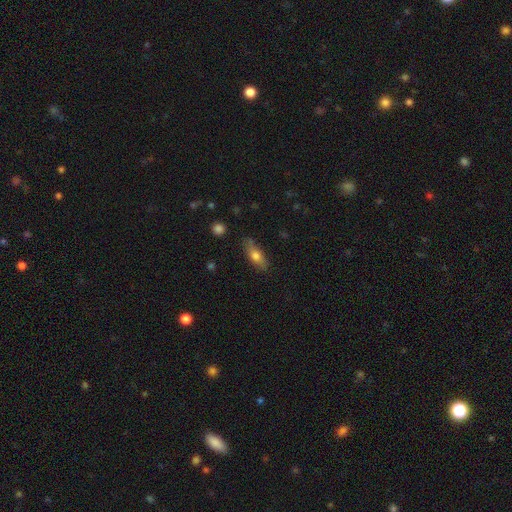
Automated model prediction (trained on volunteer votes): Smooth or featured: smooth — 69% (featured or disk — 24%)
How rounded: in between — 65% (cigar-shaped — 32%)
Merging: none — 79% (minor disturbance — 16%)